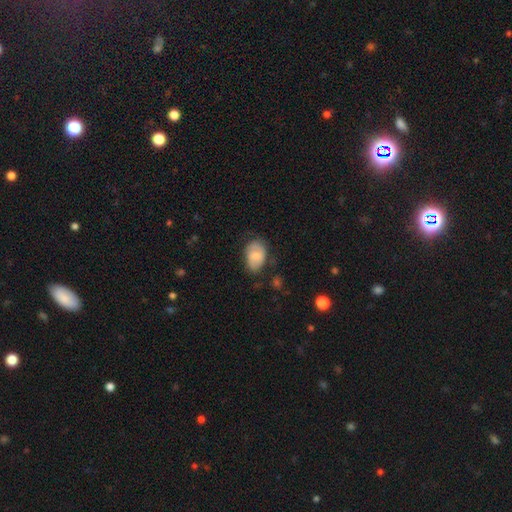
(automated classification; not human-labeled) This appears to be a smooth galaxy with no disk features (69%) that is in between round and cigar-shaped (87%). Merging: none (61%).